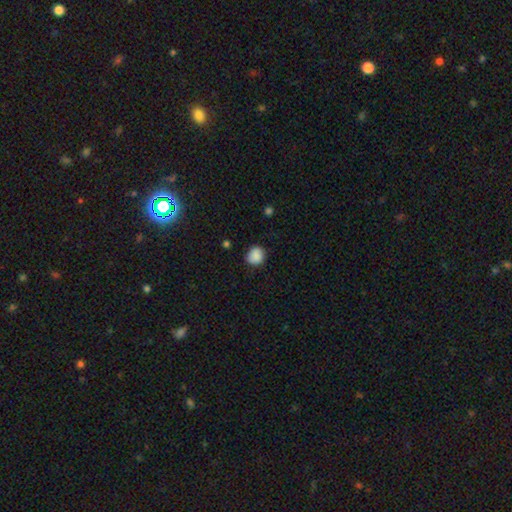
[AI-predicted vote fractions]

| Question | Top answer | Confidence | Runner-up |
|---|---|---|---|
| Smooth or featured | smooth | 87% | star or artifact (9%) |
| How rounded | round | 77% | in between (22%) |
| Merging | none | 80% | minor disturbance (16%) |